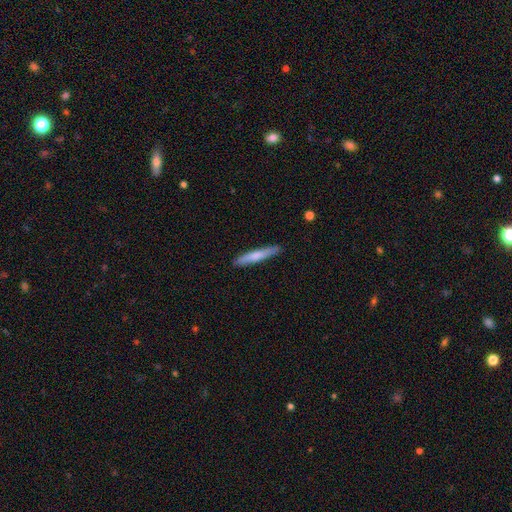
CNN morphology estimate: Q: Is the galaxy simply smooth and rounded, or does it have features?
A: smooth — 70%.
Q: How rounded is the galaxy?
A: cigar-shaped — 94%.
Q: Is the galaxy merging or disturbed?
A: none — 89%.